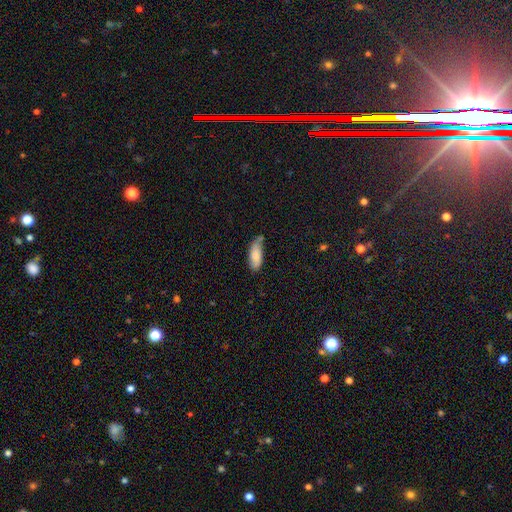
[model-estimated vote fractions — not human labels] This is likely a smooth galaxy (79%). How rounded: likely in between (75%). Merging: possibly none (57%).